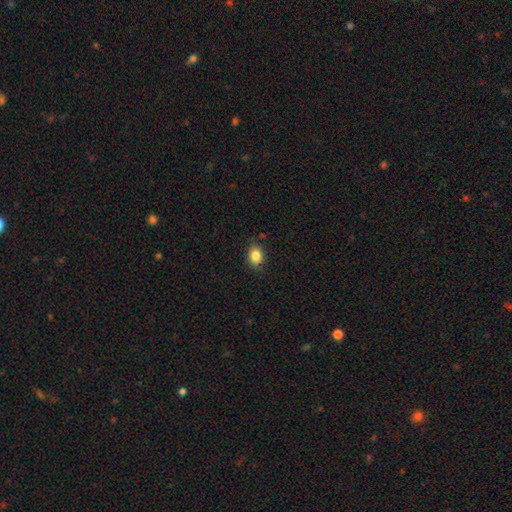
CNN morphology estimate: smooth_or_featured: smooth (p=0.85) [alt: star or artifact p=0.10]
how_rounded: in between (p=0.55) [alt: round p=0.44]
merging: none (p=0.85) [alt: minor disturbance p=0.11]